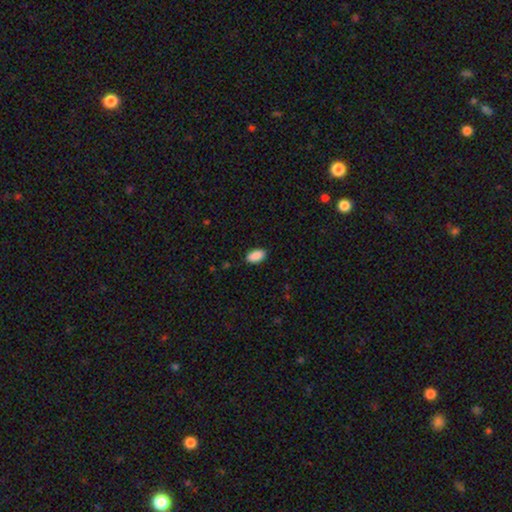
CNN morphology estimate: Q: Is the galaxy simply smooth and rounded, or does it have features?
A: smooth — 90%.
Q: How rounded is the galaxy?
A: in between — 94%.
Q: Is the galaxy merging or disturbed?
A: none — 87%.